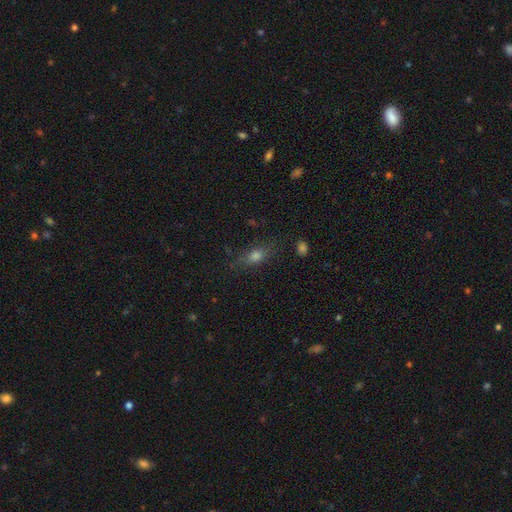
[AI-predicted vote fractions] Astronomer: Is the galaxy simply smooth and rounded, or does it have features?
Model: smooth — 65%.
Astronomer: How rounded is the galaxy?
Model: in between — 63%.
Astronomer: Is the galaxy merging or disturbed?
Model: none — 77%.